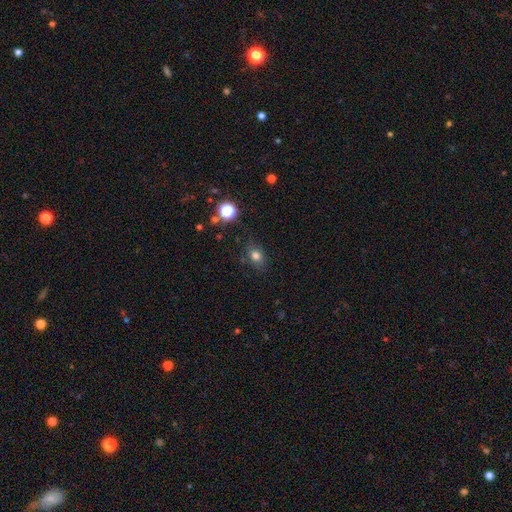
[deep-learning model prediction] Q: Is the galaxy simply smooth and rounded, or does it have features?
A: smooth — 77%.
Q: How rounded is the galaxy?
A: in between — 61%.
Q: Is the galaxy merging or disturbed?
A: none — 78%.